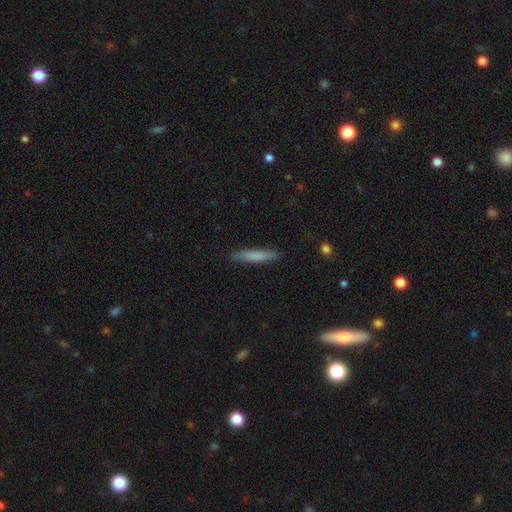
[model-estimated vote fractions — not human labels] Smooth or featured: smooth — 75% (featured or disk — 19%)
How rounded: cigar-shaped — 93% (in between — 6%)
Merging: none — 89% (minor disturbance — 8%)